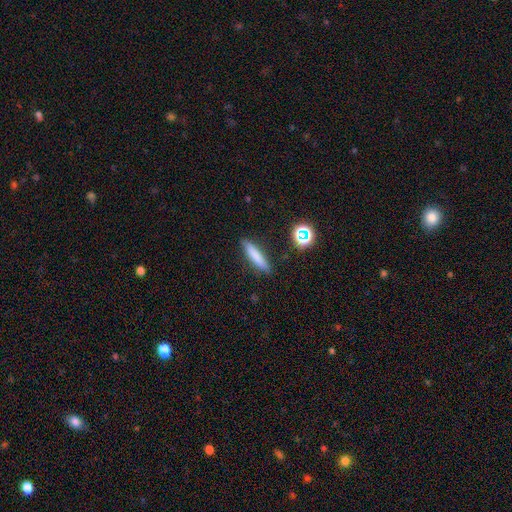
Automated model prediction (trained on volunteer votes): Smooth or featured?
  - smooth: 77% *
  - featured or disk: 14%
  - star or artifact: 9%
How rounded?
  - cigar-shaped: 84% *
  - in between: 14%
  - round: 2%
Merging?
  - none: 87% *
  - minor disturbance: 9%
  - major disturbance: 2%
  - merger: 2%